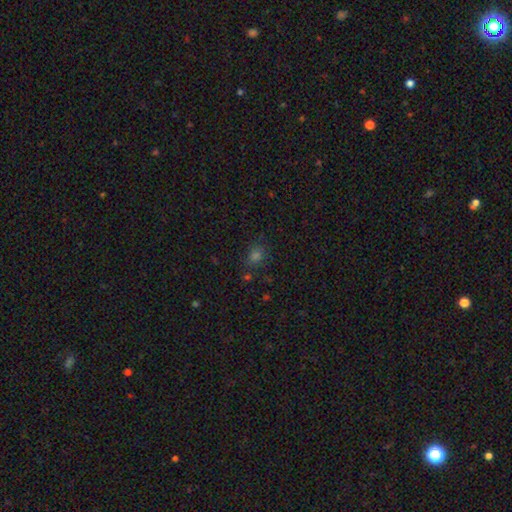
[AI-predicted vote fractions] Smooth or featured: smooth — 65% (star or artifact — 29%)
How rounded: round — 66% (in between — 33%)
Merging: none — 81% (minor disturbance — 12%)